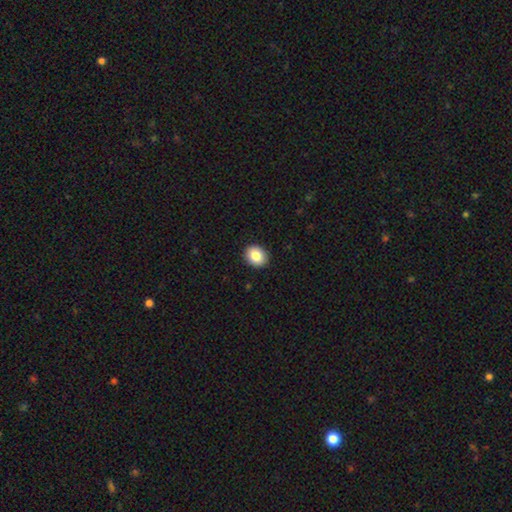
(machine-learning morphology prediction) The model was most divided on "how rounded": round: 59%, in between: 41%, cigar-shaped: 1%. More confident: merging — none (92%); smooth or featured — smooth (84%).